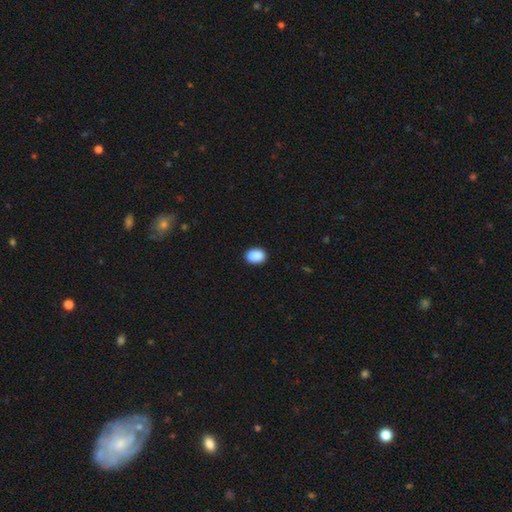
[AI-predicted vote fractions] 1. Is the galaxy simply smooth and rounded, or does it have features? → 90% smooth, 7% star or artifact, 2% featured or disk.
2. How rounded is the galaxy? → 79% in between, 20% round, 1% cigar-shaped.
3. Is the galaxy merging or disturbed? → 89% none, 8% minor disturbance, 2% major disturbance, 1% merger.